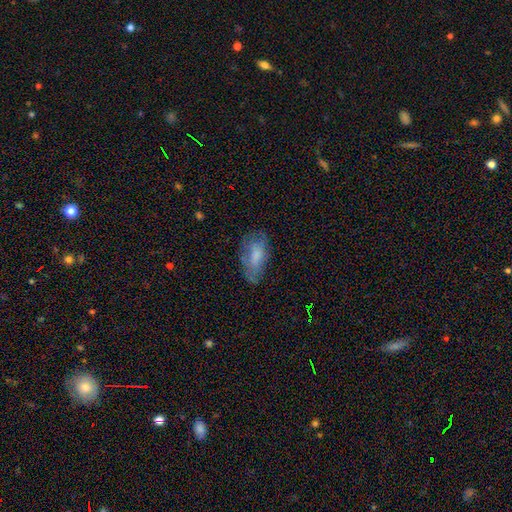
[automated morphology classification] Smooth or featured? smooth (63%)
How rounded? in between (89%)
Merging? none (59%)